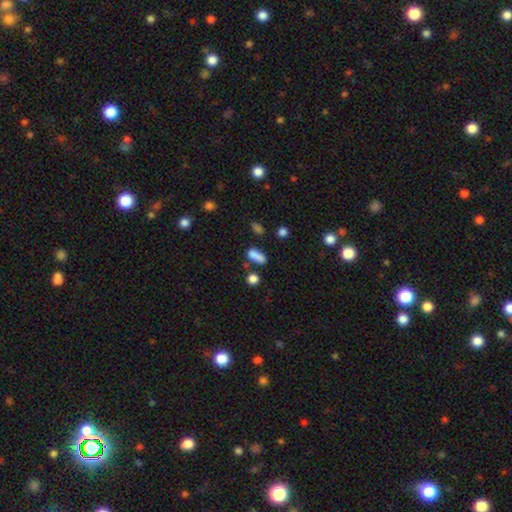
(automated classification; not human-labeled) smooth_or_featured: smooth (p=0.81) [alt: star or artifact p=0.12]
how_rounded: in between (p=0.66) [alt: cigar-shaped p=0.25]
merging: none (p=0.58) [alt: minor disturbance p=0.18]